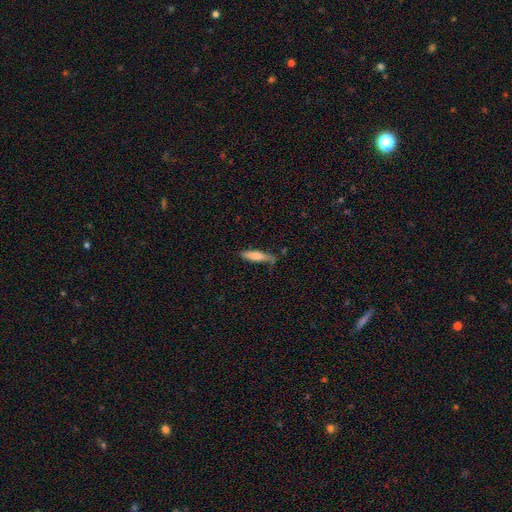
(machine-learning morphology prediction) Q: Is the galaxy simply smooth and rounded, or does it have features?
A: smooth — 68%.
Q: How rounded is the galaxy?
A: cigar-shaped — 79%.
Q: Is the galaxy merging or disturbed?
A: none — 68%.